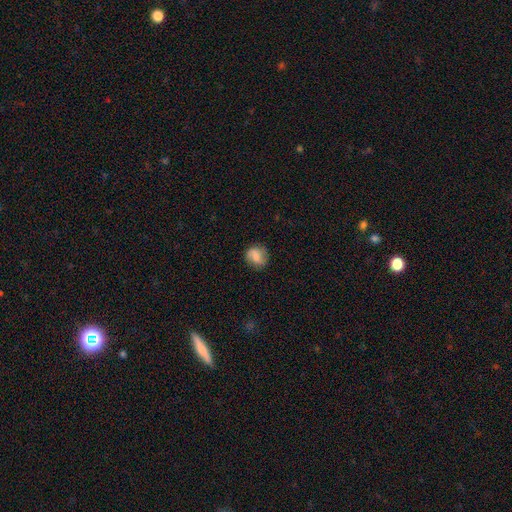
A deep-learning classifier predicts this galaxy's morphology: Smooth or featured: smooth — 71% (featured or disk — 21%)
How rounded: round — 78% (in between — 21%)
Merging: none — 78% (minor disturbance — 16%)